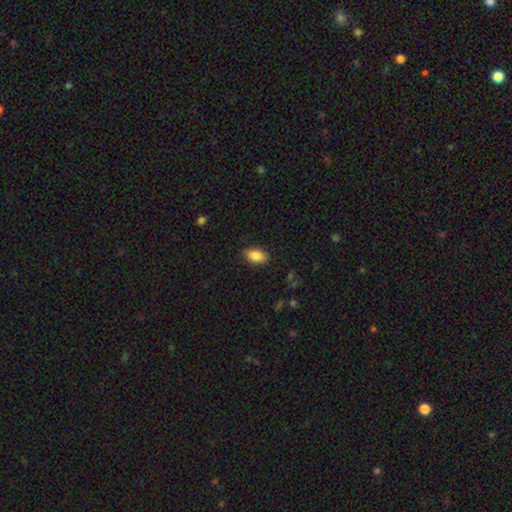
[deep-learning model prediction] Morphology: type=smooth (88%); roundness=in between (92%); merging=none (85%).